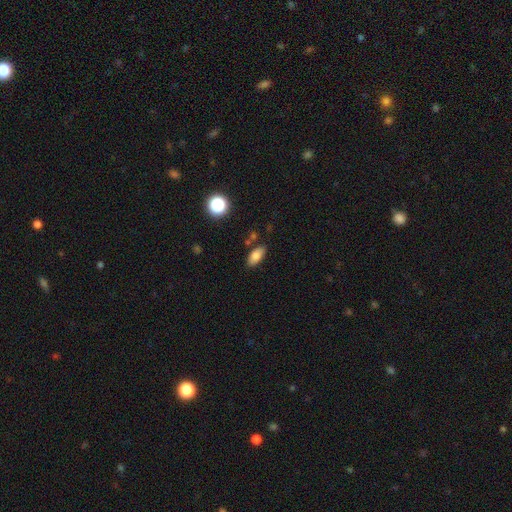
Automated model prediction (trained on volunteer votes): Overall: smooth (82%). How rounded: in between (88%). Merging: none (80%).